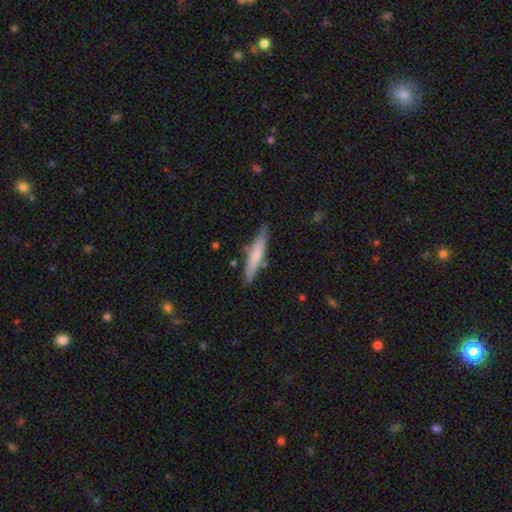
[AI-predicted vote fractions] Smooth or featured: smooth — 66% (featured or disk — 28%)
How rounded: cigar-shaped — 90% (in between — 9%)
Merging: none — 82% (minor disturbance — 12%)